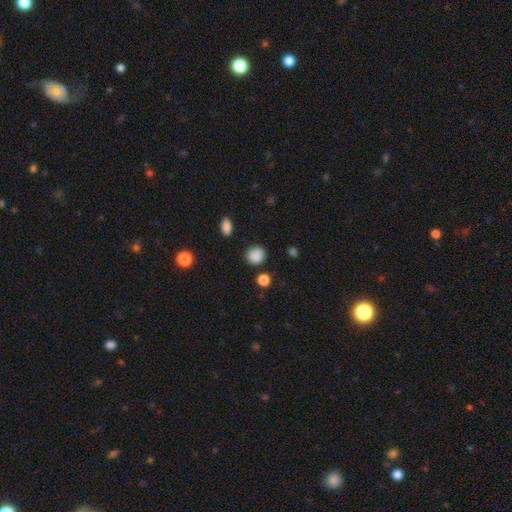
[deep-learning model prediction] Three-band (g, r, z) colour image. It shows a smooth galaxy with no disk features (86%) that is round (81%). Merging: none (83%).